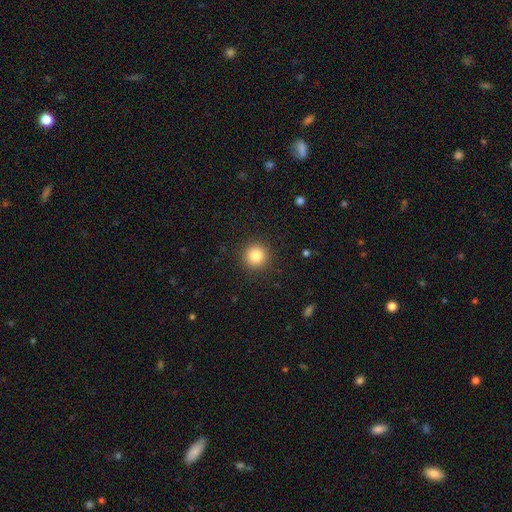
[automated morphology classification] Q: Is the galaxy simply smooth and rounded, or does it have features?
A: smooth — 84%.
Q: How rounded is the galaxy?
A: round — 95%.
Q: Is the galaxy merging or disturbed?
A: none — 92%.